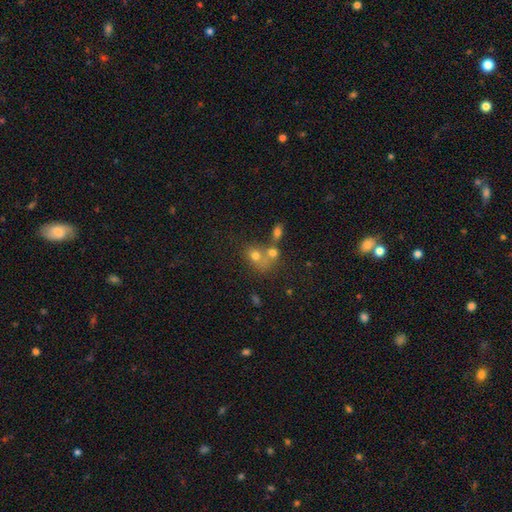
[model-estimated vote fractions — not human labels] Smooth or featured: smooth — 57% (star or artifact — 24%)
How rounded: round — 66% (in between — 32%)
Merging: merger — 51% (none — 35%)